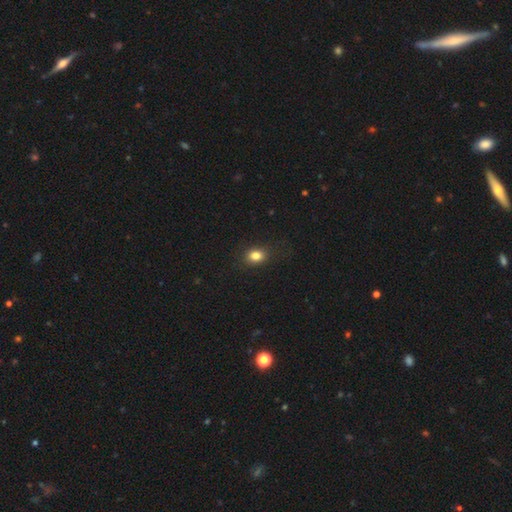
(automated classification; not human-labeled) Morphology: type=smooth (83%); roundness=in between (60%); merging=none (84%).